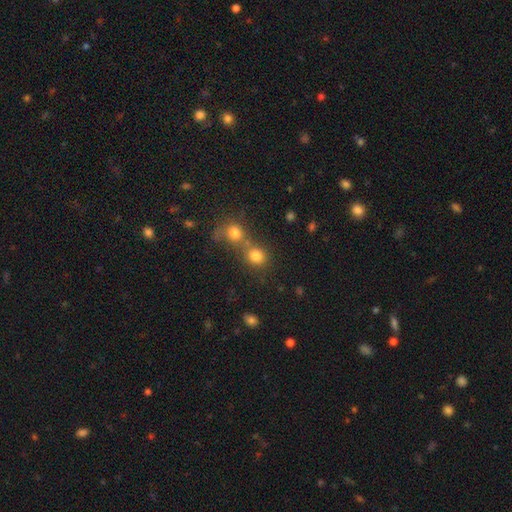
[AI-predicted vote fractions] smooth 79%, star or artifact 14%, featured or disk 7%. Down the decision tree: how rounded — round (80%); merging — none (50%).